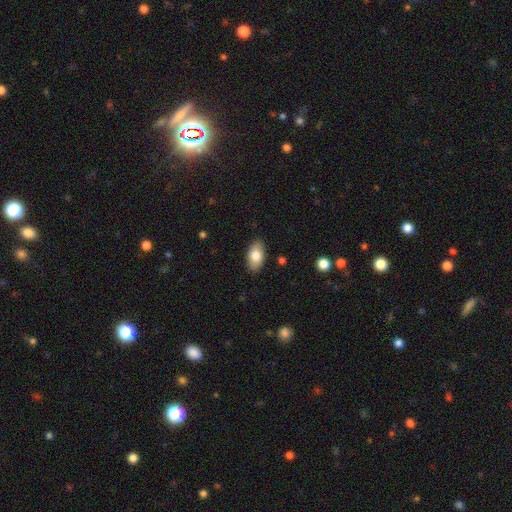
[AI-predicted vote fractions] Smooth or featured: smooth — 79% (featured or disk — 14%)
How rounded: in between — 93% (round — 5%)
Merging: none — 88% (minor disturbance — 9%)